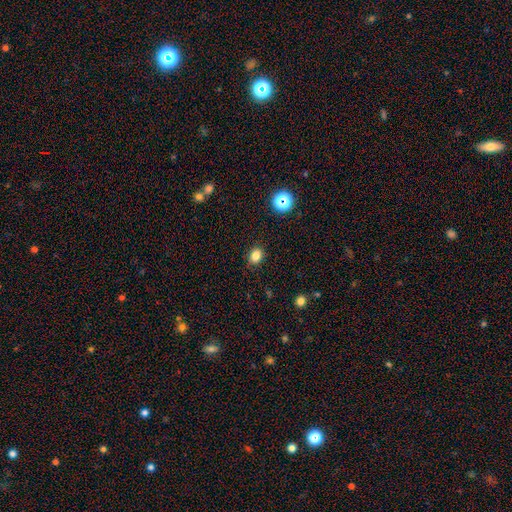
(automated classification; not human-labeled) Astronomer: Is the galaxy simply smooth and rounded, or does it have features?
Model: smooth — 81%.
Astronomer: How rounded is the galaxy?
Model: in between — 51% (runner-up: round, 48%).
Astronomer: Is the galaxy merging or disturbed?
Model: none — 87%.